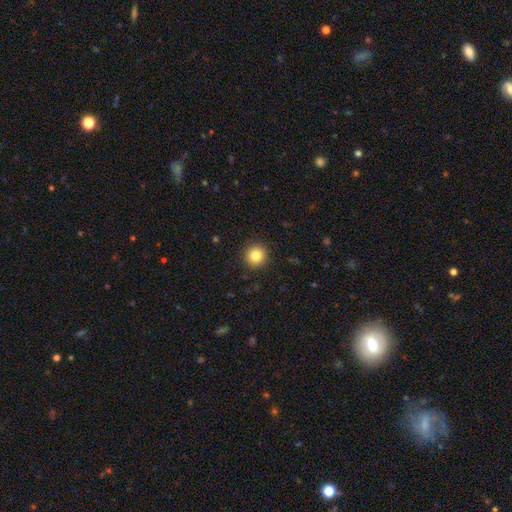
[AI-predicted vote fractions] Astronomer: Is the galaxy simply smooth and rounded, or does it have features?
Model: smooth — 82%.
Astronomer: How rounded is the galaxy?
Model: round — 93%.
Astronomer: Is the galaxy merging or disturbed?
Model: none — 92%.